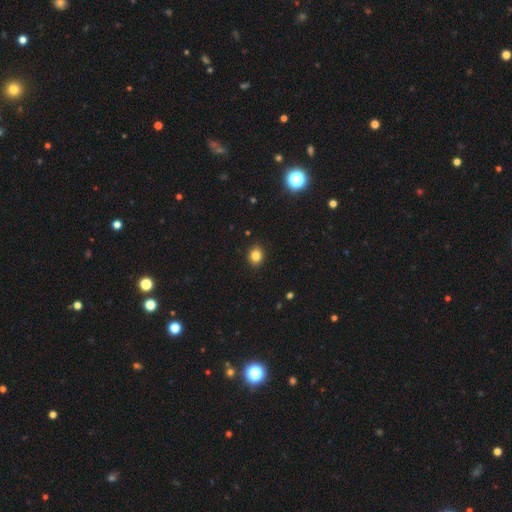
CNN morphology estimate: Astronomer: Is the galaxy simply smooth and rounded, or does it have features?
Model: smooth — 83%.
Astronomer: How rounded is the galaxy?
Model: round — 63%.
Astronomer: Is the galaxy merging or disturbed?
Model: none — 89%.